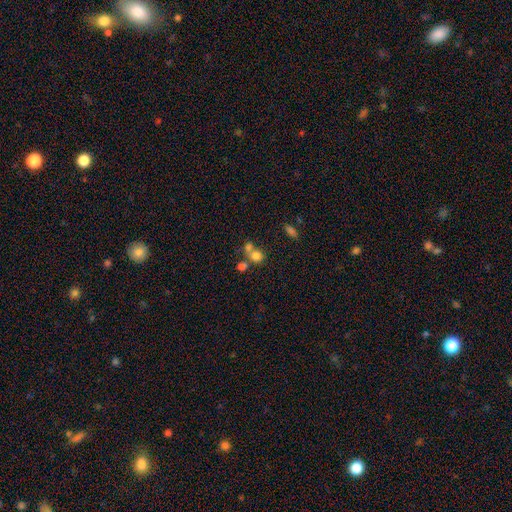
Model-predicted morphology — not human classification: The model was most divided on "merging": merger: 48%, none: 39%, minor disturbance: 8%, major disturbance: 5%. More confident: how rounded — round (76%); smooth or featured — smooth (75%).